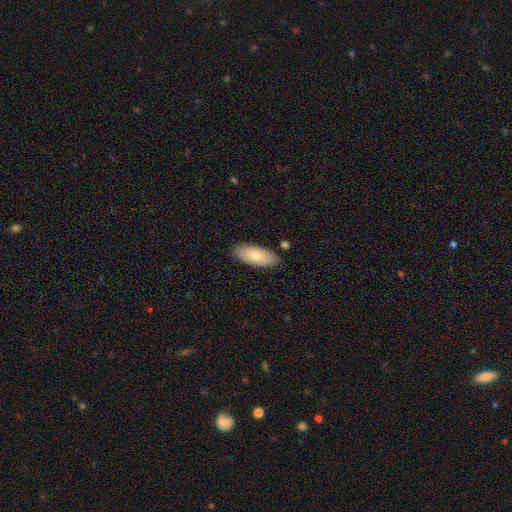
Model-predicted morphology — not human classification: Overall: smooth (80%). How rounded: in between (86%). Merging: none (85%).